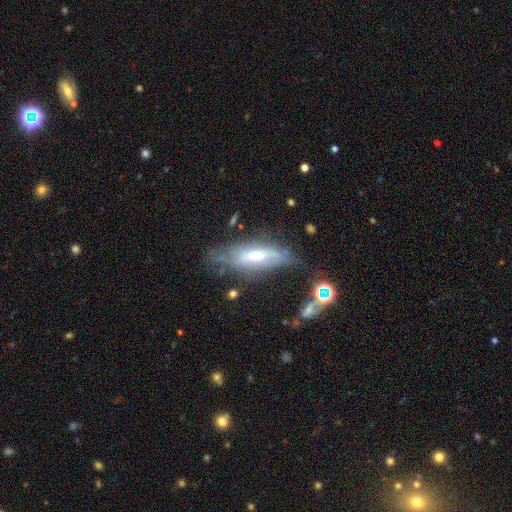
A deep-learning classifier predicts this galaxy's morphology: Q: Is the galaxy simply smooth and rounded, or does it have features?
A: featured or disk — 60%.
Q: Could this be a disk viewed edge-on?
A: no — 53%.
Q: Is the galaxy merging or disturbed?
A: none — 56%.